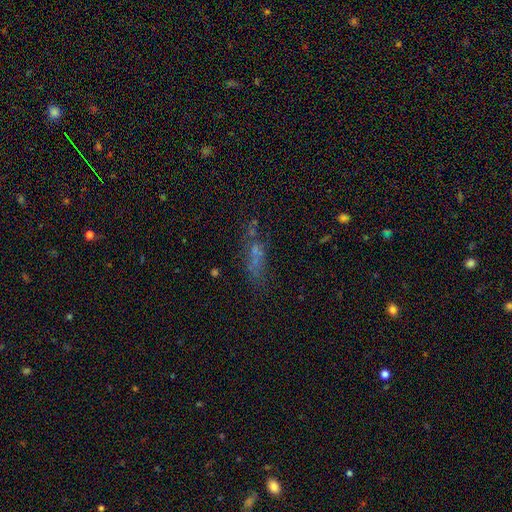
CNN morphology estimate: Overall: smooth (46%; featured or disk 31%). Merging: none (49%; major disturbance 19%).